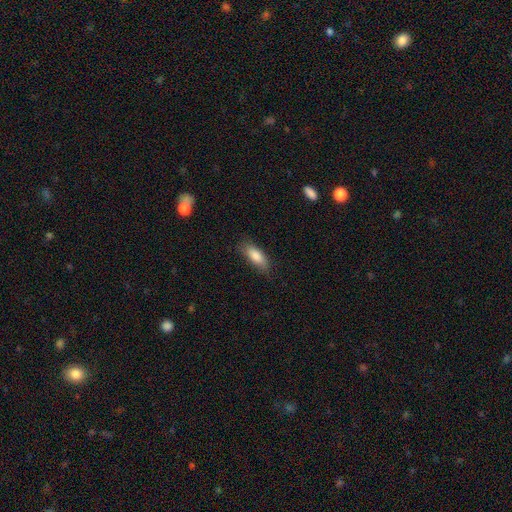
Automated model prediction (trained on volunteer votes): Smooth or featured? Predicted: smooth (p=0.84). How rounded? Predicted: in between (p=0.73). Merging? Predicted: none (p=0.78).